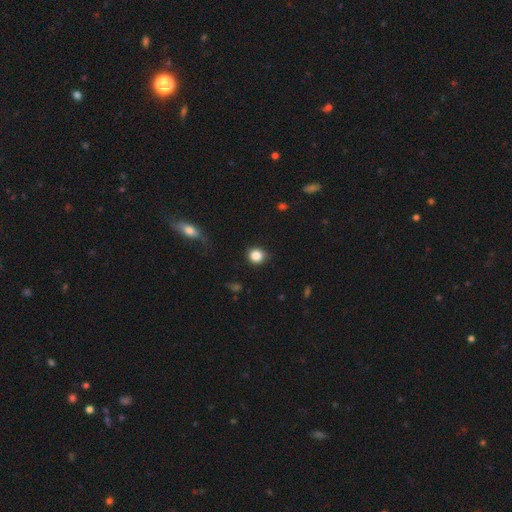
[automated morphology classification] This appears to be a smooth galaxy with no disk features (86%) that is round (85%). Merging: none (81%).